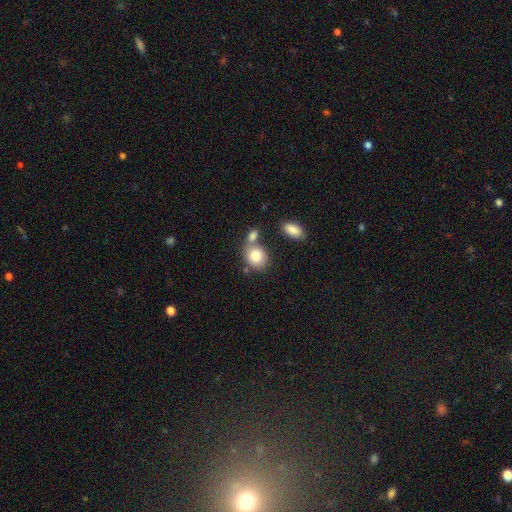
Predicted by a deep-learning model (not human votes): Smooth or featured?
  - smooth: 80% *
  - featured or disk: 12%
  - star or artifact: 8%
How rounded?
  - round: 55% *
  - in between: 44%
  - cigar-shaped: 1%
Merging?
  - none: 49% *
  - merger: 34%
  - minor disturbance: 12%
  - major disturbance: 4%